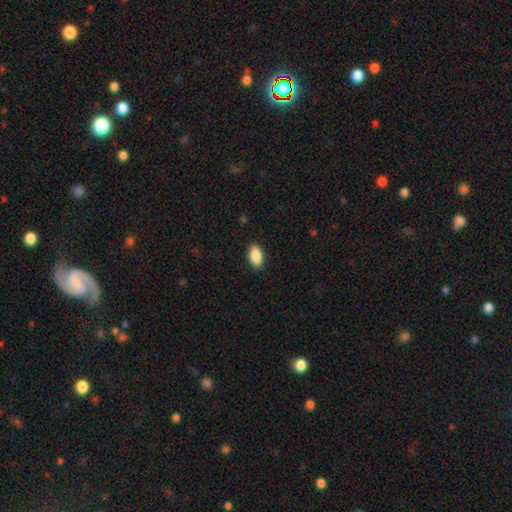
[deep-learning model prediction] smooth 89%, star or artifact 7%, featured or disk 4%. Down the decision tree: how rounded — in between (93%); merging — none (88%).